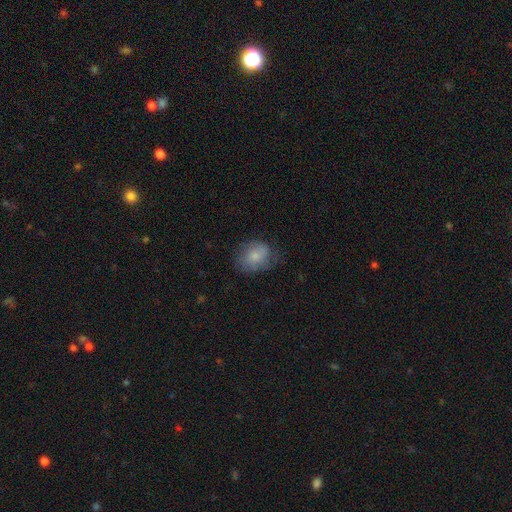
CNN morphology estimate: This appears to be a smooth galaxy with no disk features (73%) that is in between round and cigar-shaped (56%). Merging: none (63%).